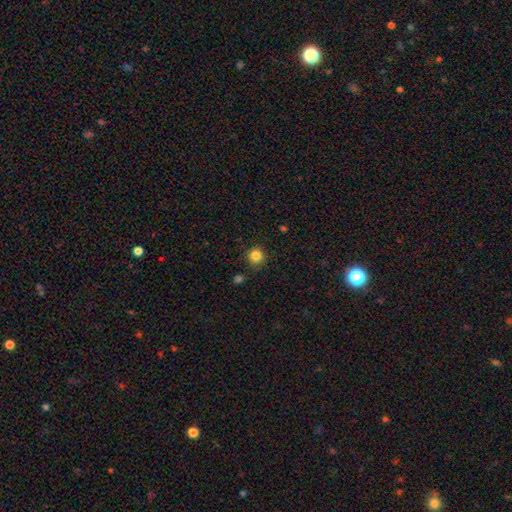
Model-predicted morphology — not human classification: The model was most divided on "smooth or featured": smooth: 84%, star or artifact: 11%, featured or disk: 5%. More confident: how rounded — round (90%); merging — none (86%).